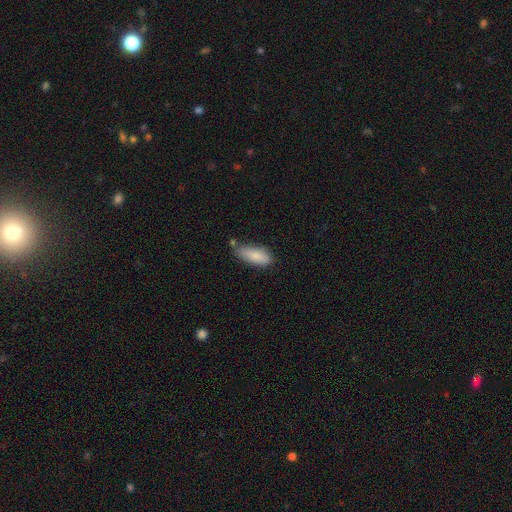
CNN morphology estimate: smooth-or-featured: smooth: 85% | featured or disk: 9% | star or artifact: 7%
  how-rounded: in between: 71% | cigar-shaped: 27% | round: 2%
  merging: none: 58% | minor disturbance: 28% | merger: 9% | major disturbance: 6%